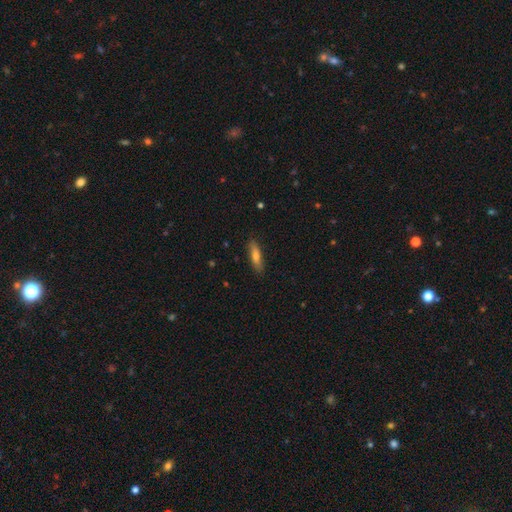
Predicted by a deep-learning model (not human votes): This appears to be a smooth galaxy with no disk features (66%) that is cigar-shaped (73%). Merging: none (85%).